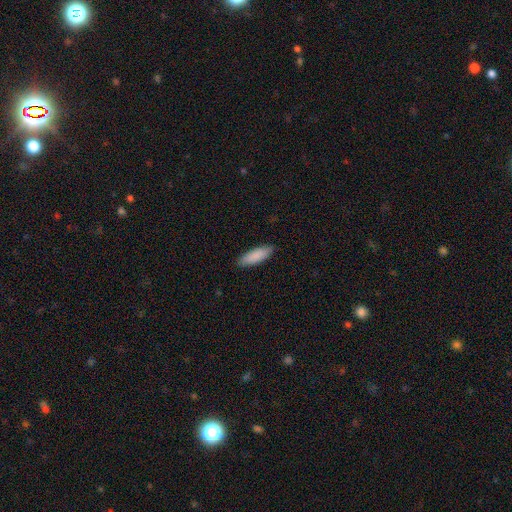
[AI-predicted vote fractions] Overall: smooth (89%). How rounded: in between (54%; cigar-shaped 44%). Merging: none (88%).